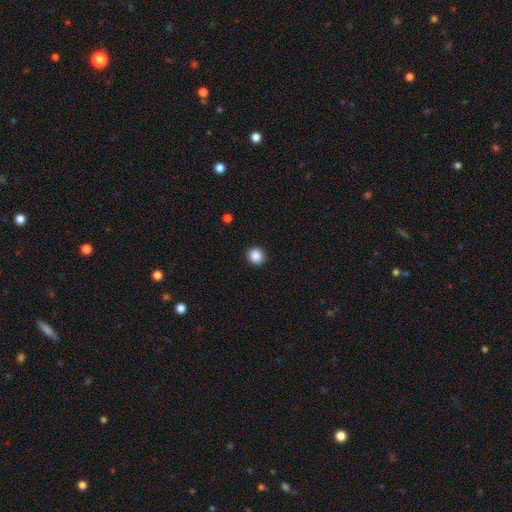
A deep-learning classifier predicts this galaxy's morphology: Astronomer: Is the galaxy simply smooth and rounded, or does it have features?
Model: smooth — 88%.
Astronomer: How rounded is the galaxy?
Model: round — 89%.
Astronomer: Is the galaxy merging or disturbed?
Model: none — 92%.